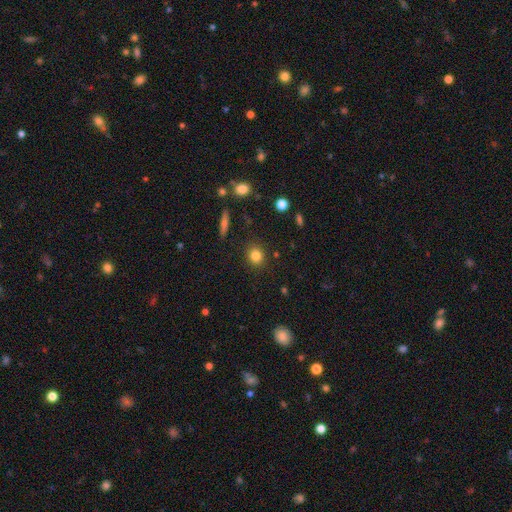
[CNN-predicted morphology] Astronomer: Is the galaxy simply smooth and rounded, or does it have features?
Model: smooth — 82%.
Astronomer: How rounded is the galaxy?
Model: round — 76%.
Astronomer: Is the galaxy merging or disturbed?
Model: none — 88%.